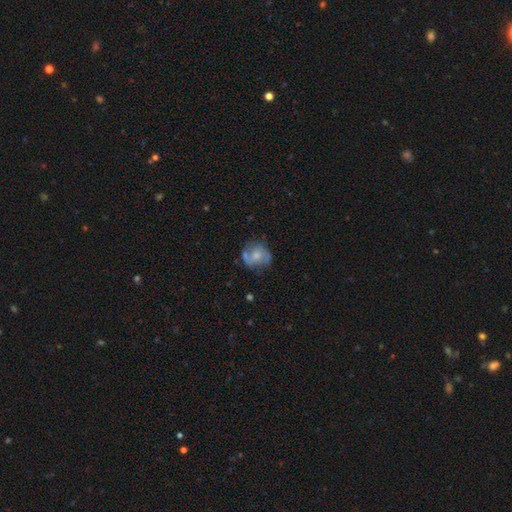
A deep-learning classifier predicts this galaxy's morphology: A featured or disk galaxy (56%) with no bar (63%), spiral arms (74%) and a moderate central bulge (45%).

Vote fractions:
- Smooth or featured? featured or disk: 56% / smooth: 36% / star or artifact: 8%
- Edge-on disk? no: 97% / yes: 3%
- Bar? no: 63% / weak: 30% / strong: 7%
- Spiral arms? yes: 74% / no: 26%
- Bulge size? moderate: 45% / small: 41% / none: 8% / large: 4% / dominant: 1%
- Merging? none: 58% / minor disturbance: 24% / major disturbance: 12% / merger: 6%